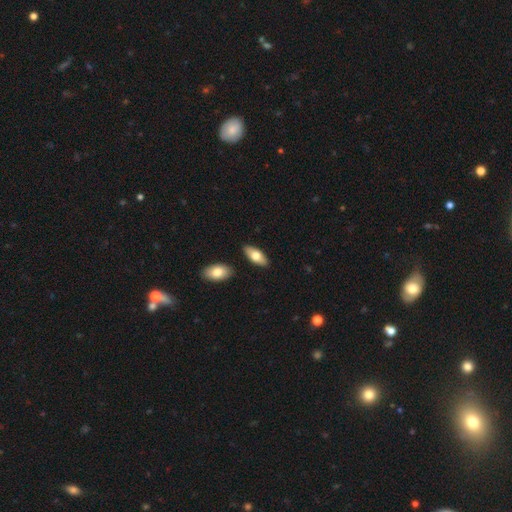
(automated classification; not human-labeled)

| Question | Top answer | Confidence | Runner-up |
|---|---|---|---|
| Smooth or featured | smooth | 68% | featured or disk (26%) |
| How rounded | in between | 86% | cigar-shaped (12%) |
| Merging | none | 86% | minor disturbance (8%) |